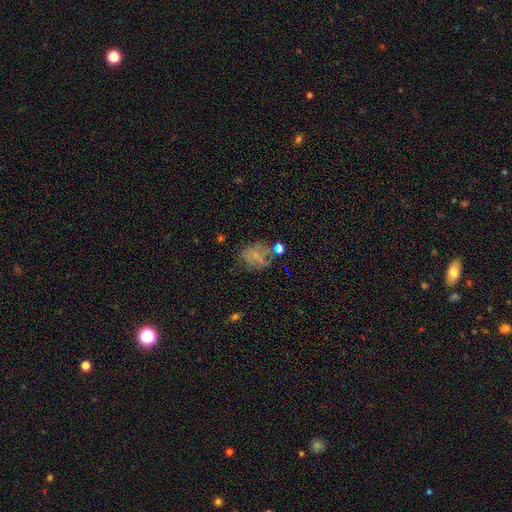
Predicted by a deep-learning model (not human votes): Smooth or featured? smooth (42%)
Merging? none (45%)